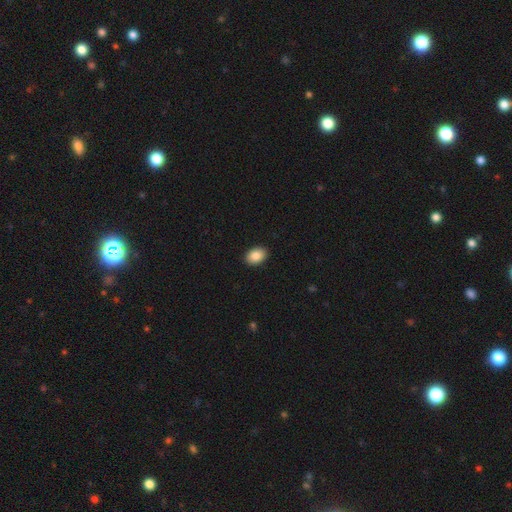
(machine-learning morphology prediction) Q: Smooth or featured?
A: smooth (88%); runner-up: star or artifact (7%)
Q: How rounded?
A: in between (83%); runner-up: round (16%)
Q: Merging?
A: none (91%); runner-up: minor disturbance (6%)